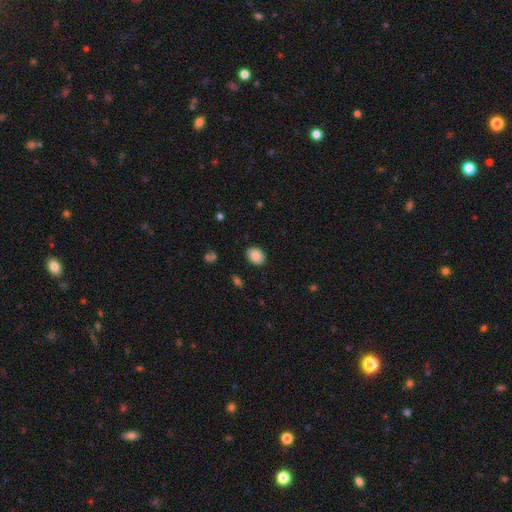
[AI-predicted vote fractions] This appears to be a smooth galaxy with no disk features (87%) that is in between round and cigar-shaped (71%). Merging: none (88%).